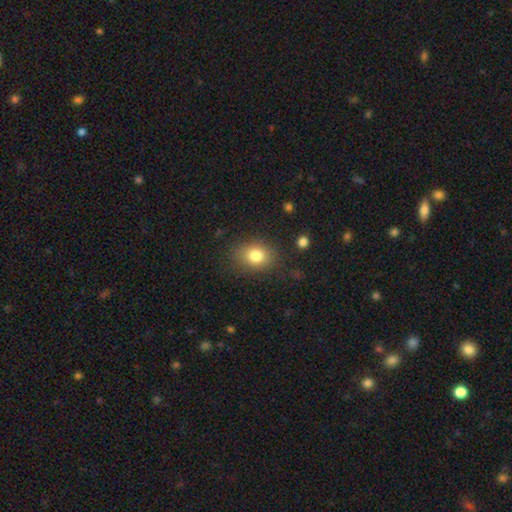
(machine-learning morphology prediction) A smooth galaxy with no disk features (80%) that is in between round and cigar-shaped (53%). Merging: none (81%).